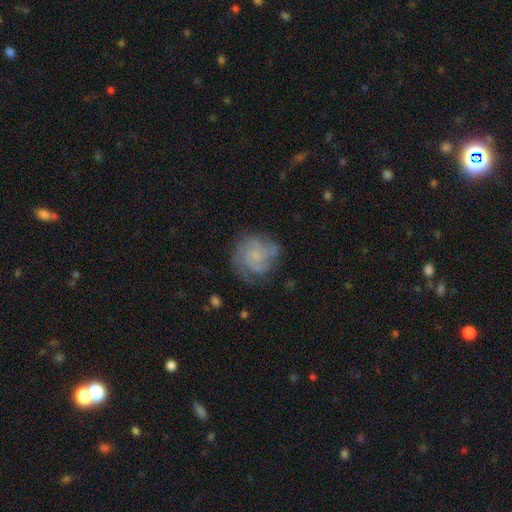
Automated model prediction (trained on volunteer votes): The model was most divided on "spiral arm count": 3: 31%, can't tell: 26%, 2: 21%, 4: 10%, 1: 6%, more than 4: 6%. More confident: edge-on disk — no (98%); spiral arms — yes (94%); smooth or featured — featured or disk (76%); merging — none (72%); bar — no (67%); spiral winding — tight (56%); bulge size — small (50%).